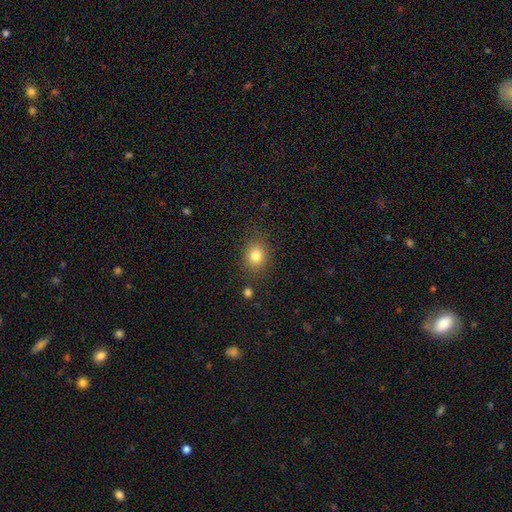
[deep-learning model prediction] Smooth or featured? Predicted: smooth (p=0.81). How rounded? Predicted: round (p=0.60). Merging? Predicted: none (p=0.83).